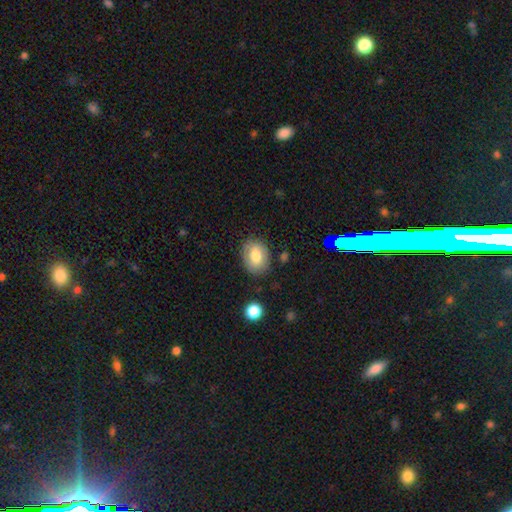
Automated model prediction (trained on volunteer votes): A smooth galaxy with no disk features (77%) that is in between round and cigar-shaped (70%). Merging: none (80%).